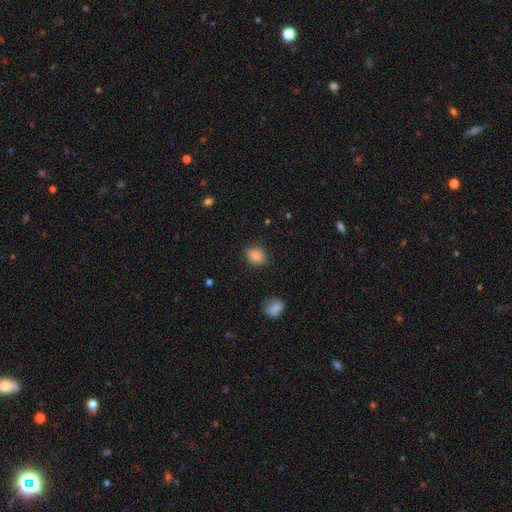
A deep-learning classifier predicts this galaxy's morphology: A smooth galaxy with no disk features (84%) that is in between round and cigar-shaped (50%). Merging: none (81%).